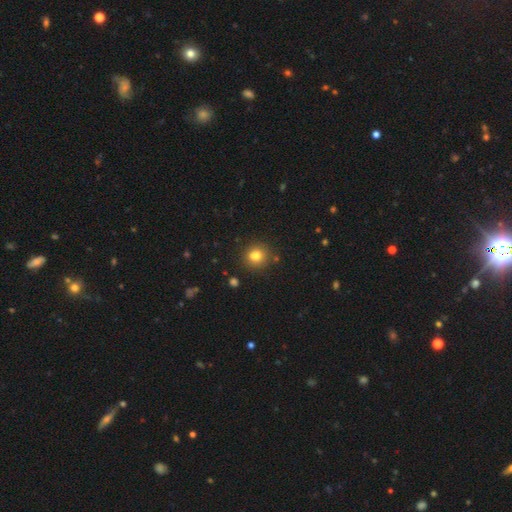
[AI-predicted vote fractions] This is clearly a smooth galaxy (81%). How rounded: clearly round (84%). Merging: clearly none (85%).